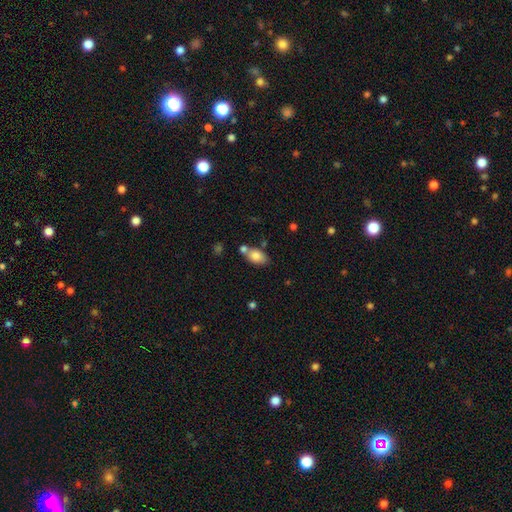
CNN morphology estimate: smooth_or_featured: smooth (p=0.81) [alt: featured or disk p=0.11]
how_rounded: in between (p=0.87) [alt: round p=0.10]
merging: none (p=0.58) [alt: merger p=0.22]